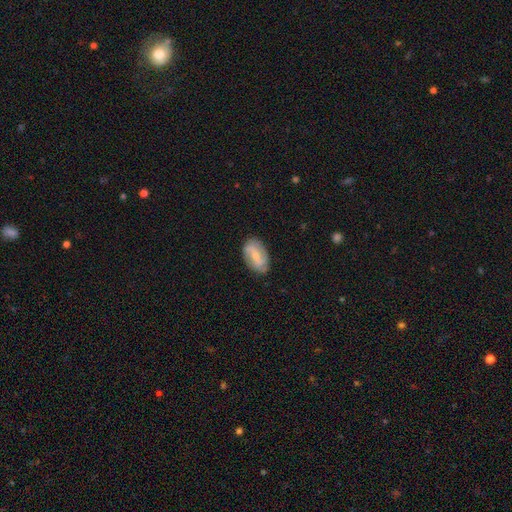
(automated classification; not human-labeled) This is likely a featured or disk galaxy (64%). It is clearly not viewed edge-on (96%). Bar: possibly weak (49%). Spiral arm pattern: clearly yes (89%). Spiral arm count: likely 2 (73%). Spiral winding: marginally medium (40%). Central bulge: possibly small (57%). Merging: clearly none (80%).